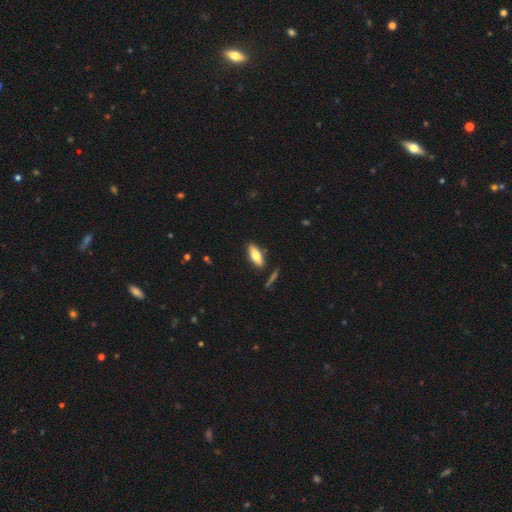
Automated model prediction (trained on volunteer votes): smooth 71%, featured or disk 23%, star or artifact 6%. Down the decision tree: how rounded — in between (75%); merging — none (84%).